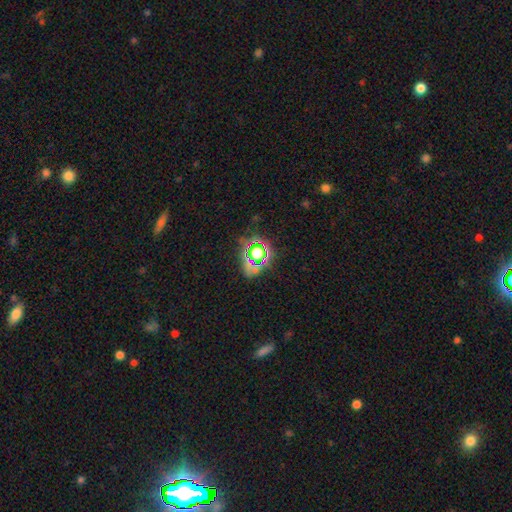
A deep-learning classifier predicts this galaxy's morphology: This is possibly a star or artifact rather than a galaxy (45%).